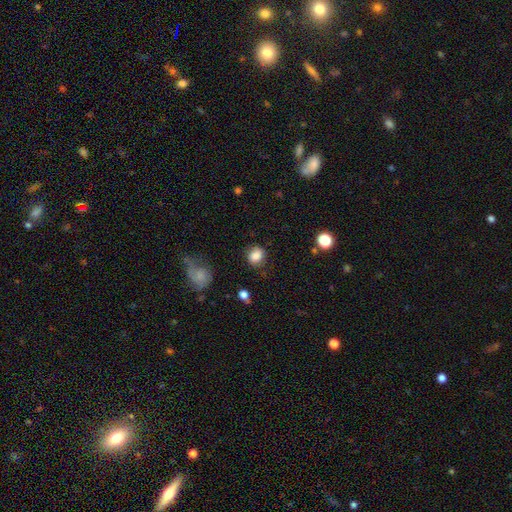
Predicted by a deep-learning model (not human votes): Smooth or featured? smooth (84%)
How rounded? round (58%)
Merging? none (76%)